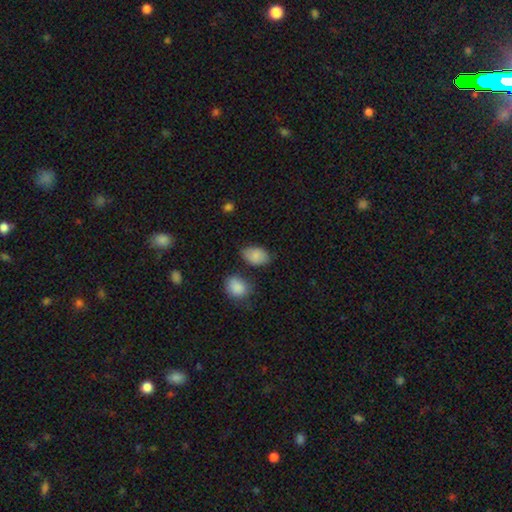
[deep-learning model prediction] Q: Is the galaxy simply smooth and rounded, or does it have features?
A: smooth — 85%.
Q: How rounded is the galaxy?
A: in between — 89%.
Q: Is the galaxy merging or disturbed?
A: none — 72%.